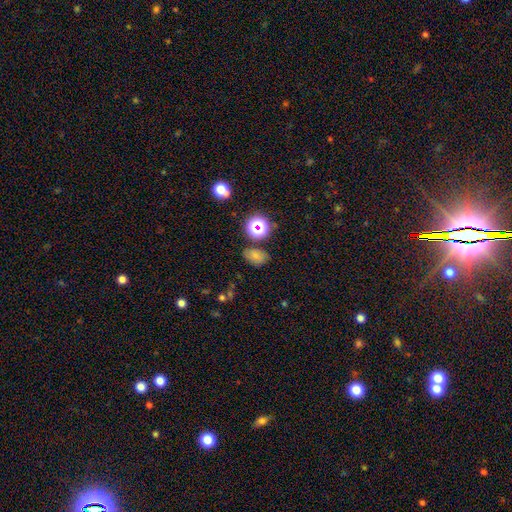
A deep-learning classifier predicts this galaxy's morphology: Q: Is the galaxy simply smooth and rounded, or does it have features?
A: smooth — 66%.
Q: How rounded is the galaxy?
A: in between — 73%.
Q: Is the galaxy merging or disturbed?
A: none — 74%.